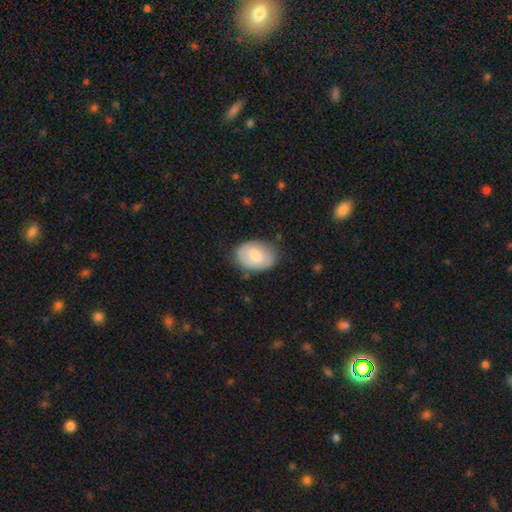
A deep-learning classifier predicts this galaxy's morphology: type=smooth (70%); roundness=in between (81%); merging=none (75%).